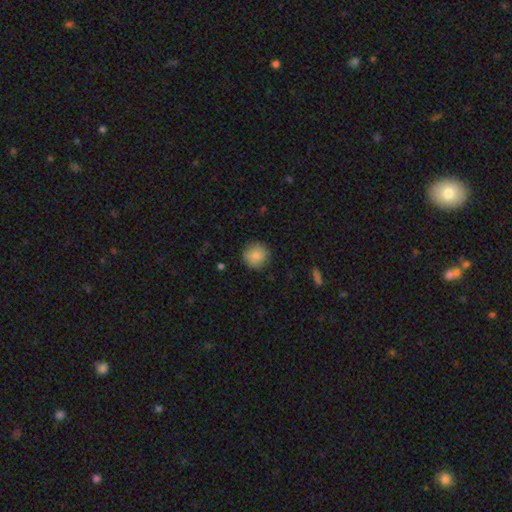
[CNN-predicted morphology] Smooth or featured: smooth — 85% (star or artifact — 8%)
How rounded: round — 93% (in between — 6%)
Merging: none — 87% (minor disturbance — 9%)